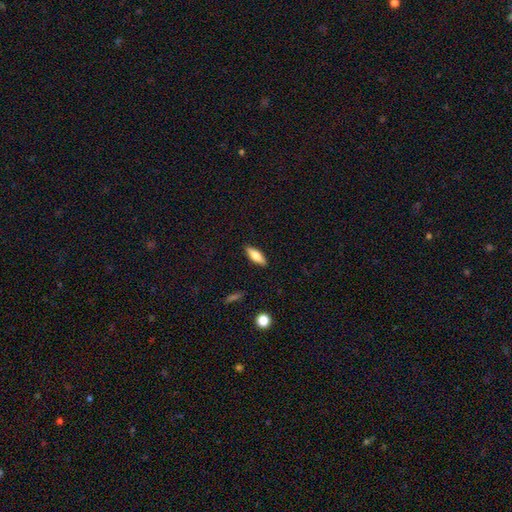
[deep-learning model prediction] Overall: smooth (69%). How rounded: in between (56%; cigar-shaped 42%). Merging: none (88%).